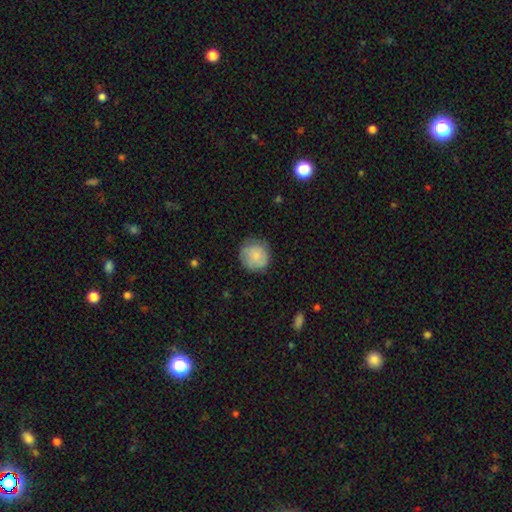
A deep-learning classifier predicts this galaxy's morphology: Overall: smooth (74%). How rounded: round (91%). Merging: none (76%).